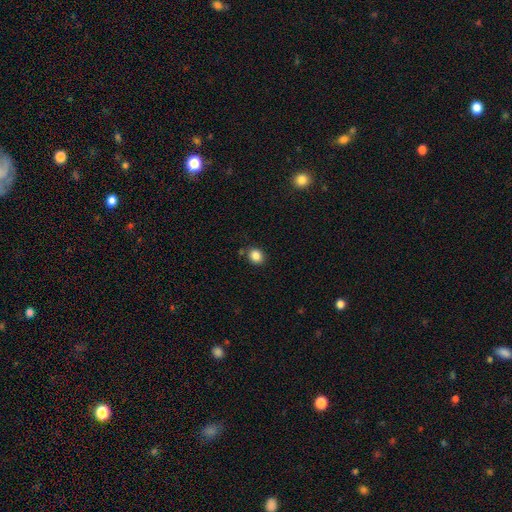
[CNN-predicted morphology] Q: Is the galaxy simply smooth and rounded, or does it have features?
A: smooth — 85%.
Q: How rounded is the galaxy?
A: round — 67%.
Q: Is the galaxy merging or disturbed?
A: none — 83%.